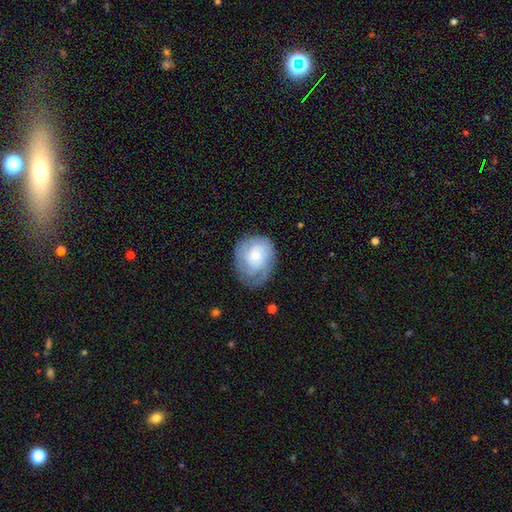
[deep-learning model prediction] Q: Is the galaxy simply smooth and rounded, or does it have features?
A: featured or disk — 51%.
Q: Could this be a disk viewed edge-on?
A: no — 97%.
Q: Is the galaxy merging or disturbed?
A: none — 64%.